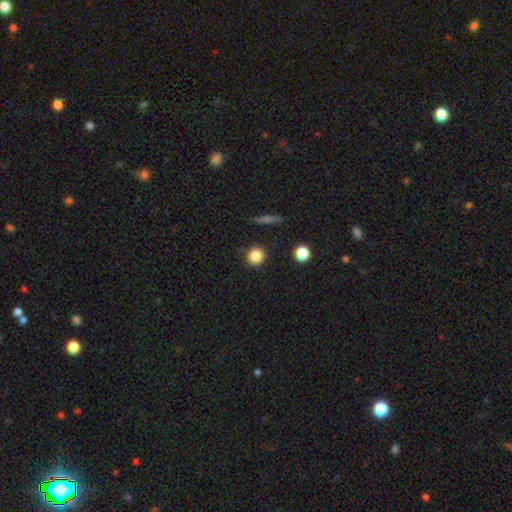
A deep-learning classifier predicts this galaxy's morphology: The model was most divided on "smooth or featured": smooth: 84%, star or artifact: 10%, featured or disk: 5%. More confident: how rounded — round (91%); merging — none (87%).